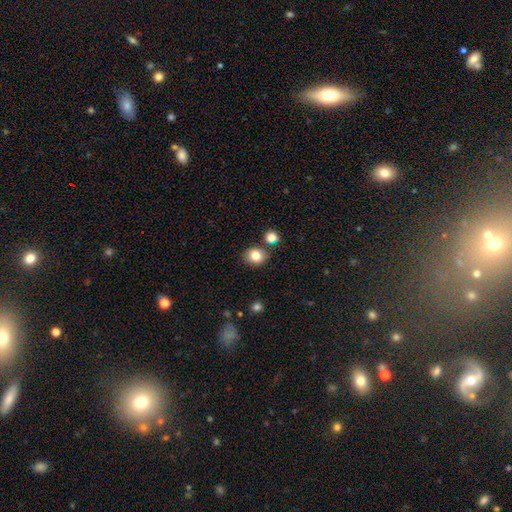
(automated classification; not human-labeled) The model was most divided on "how rounded": round: 66%, in between: 33%, cigar-shaped: 1%. More confident: smooth or featured — smooth (81%); merging — none (79%).